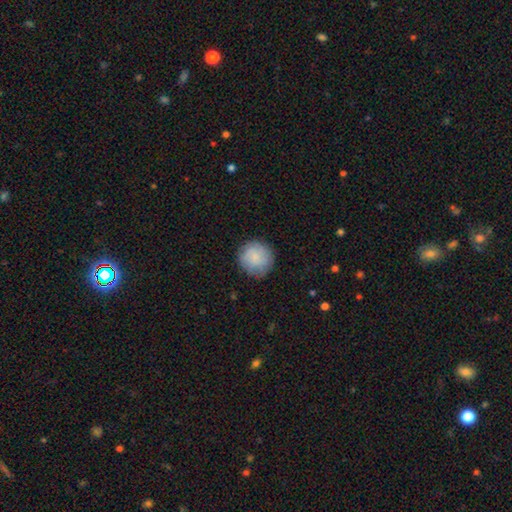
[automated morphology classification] Smooth or featured? Predicted: smooth (p=0.79). How rounded? Predicted: round (p=0.93). Merging? Predicted: none (p=0.82).